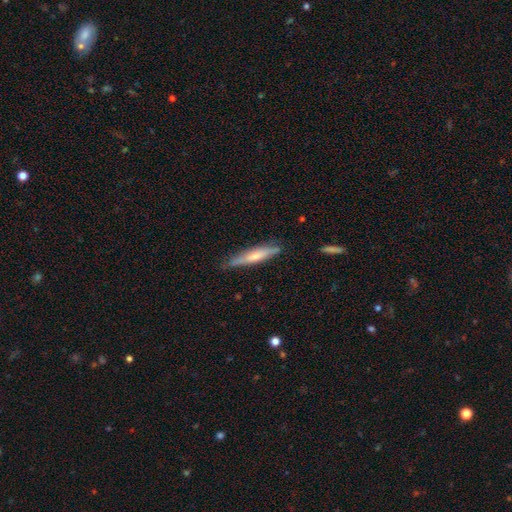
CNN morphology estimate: Smooth or featured? smooth (57%)
How rounded? cigar-shaped (89%)
Merging? none (81%)